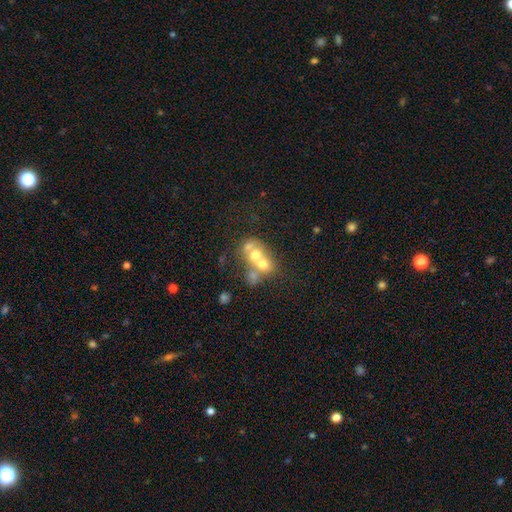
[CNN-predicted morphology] Smooth or featured? smooth (50%)
How rounded? round (58%)
Merging? merger (68%)